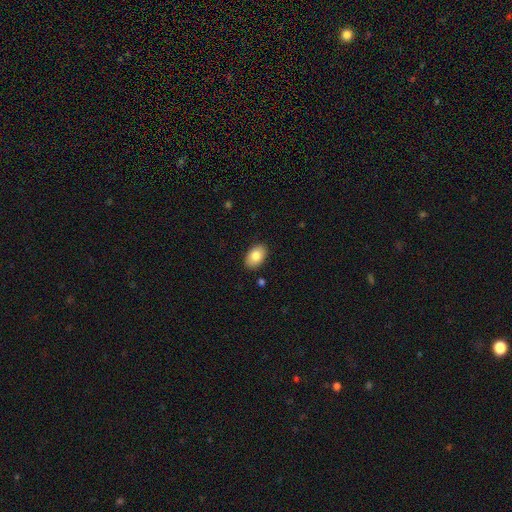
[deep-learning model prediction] Smooth or featured: smooth — 83% (featured or disk — 10%)
How rounded: in between — 90% (round — 9%)
Merging: none — 88% (minor disturbance — 9%)